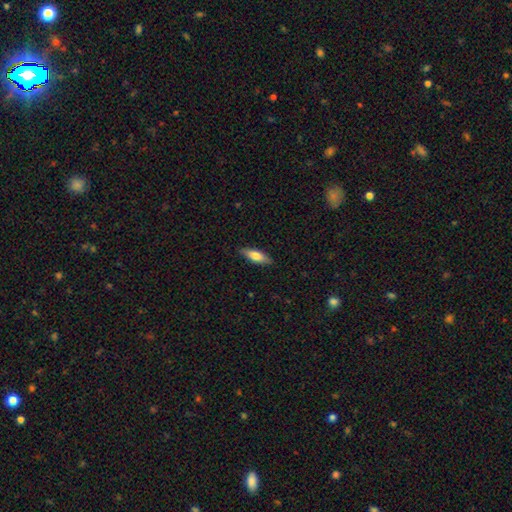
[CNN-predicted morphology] Smooth or featured: smooth — 68% (featured or disk — 26%)
How rounded: in between — 55% (cigar-shaped — 43%)
Merging: none — 87% (minor disturbance — 10%)